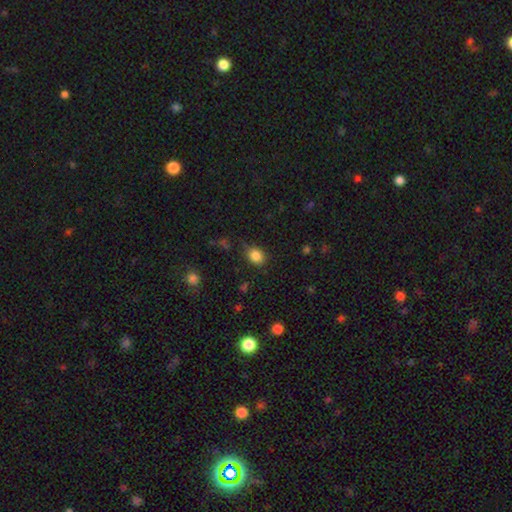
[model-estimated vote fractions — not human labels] Smooth or featured: smooth — 85% (star or artifact — 11%)
How rounded: in between — 53% (round — 46%)
Merging: none — 78% (minor disturbance — 16%)